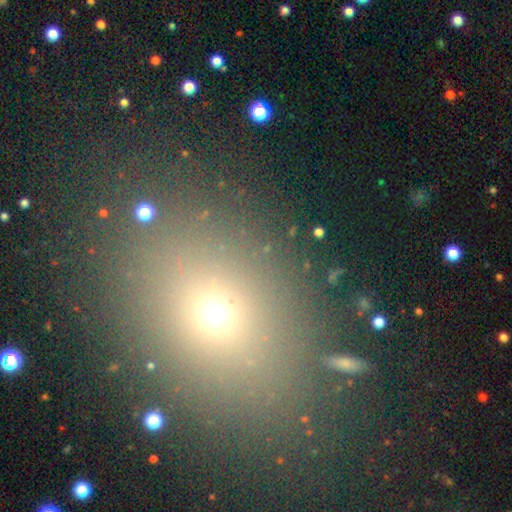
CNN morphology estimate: smooth_or_featured: smooth (p=0.59) [alt: star or artifact p=0.30]
how_rounded: in between (p=0.54) [alt: round p=0.43]
merging: none (p=0.83) [alt: minor disturbance p=0.09]